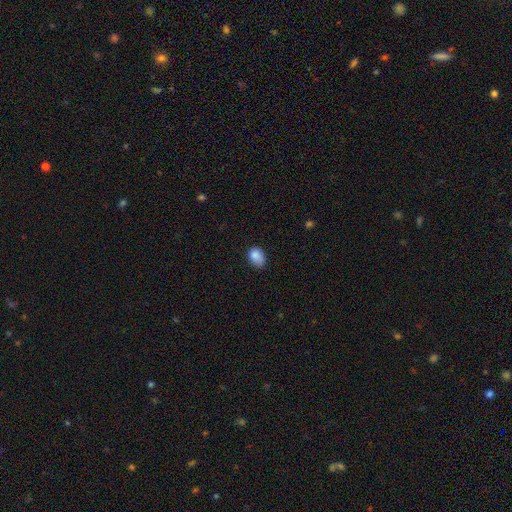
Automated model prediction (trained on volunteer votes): This is clearly a smooth galaxy (85%). How rounded: likely in between (75%). Merging: possibly none (57%).